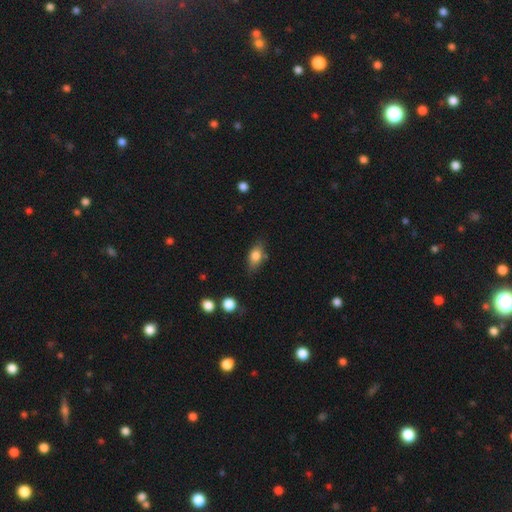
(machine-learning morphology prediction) Overall: smooth (74%). How rounded: in between (81%). Merging: none (70%).